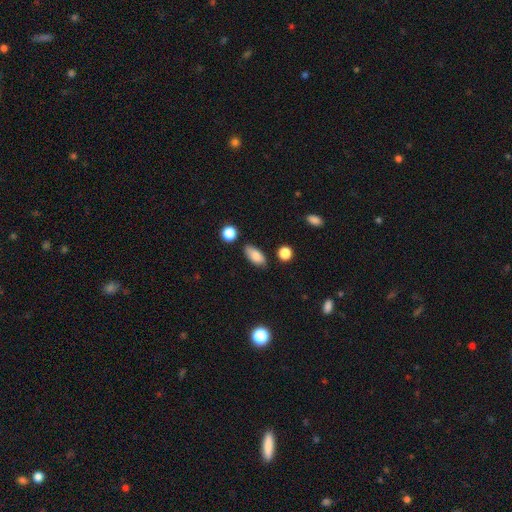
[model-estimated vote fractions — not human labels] smooth_or_featured: smooth (p=0.84) [alt: star or artifact p=0.08]
how_rounded: in between (p=0.86) [alt: cigar-shaped p=0.09]
merging: none (p=0.80) [alt: minor disturbance p=0.14]